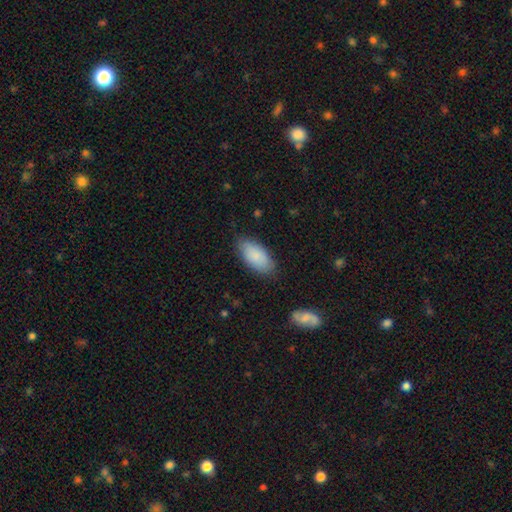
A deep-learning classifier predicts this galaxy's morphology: smooth-or-featured: smooth: 84% | featured or disk: 10% | star or artifact: 6%
  how-rounded: in between: 94% | cigar-shaped: 4% | round: 2%
  merging: none: 80% | minor disturbance: 15% | major disturbance: 3% | merger: 1%